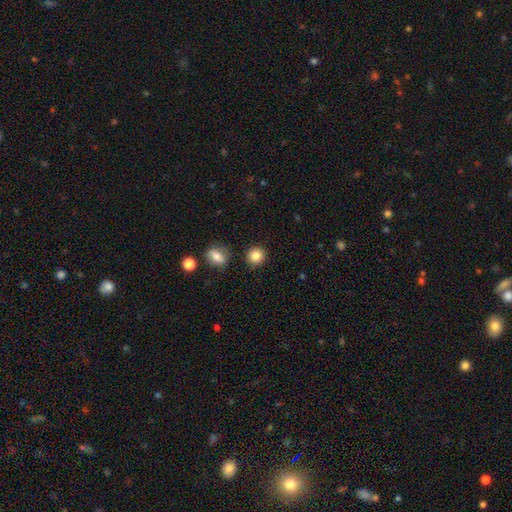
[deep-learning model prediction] The model was most divided on "smooth or featured": smooth: 85%, star or artifact: 10%, featured or disk: 5%. More confident: how rounded — round (88%); merging — none (88%).